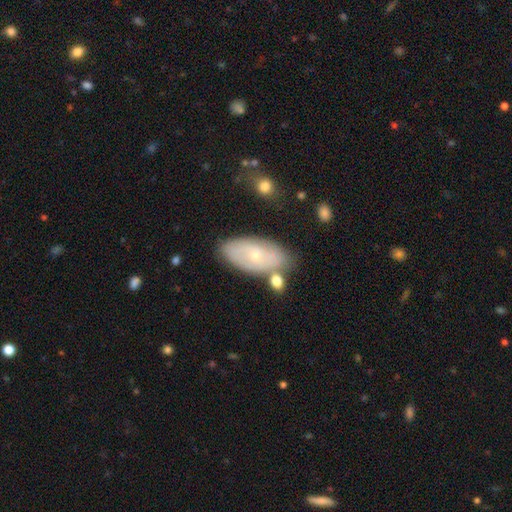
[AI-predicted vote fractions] A featured or disk galaxy (48%).

Vote fractions:
- Smooth or featured? featured or disk: 48% / smooth: 45% / star or artifact: 7%
- Merging? none: 71% / minor disturbance: 17% / merger: 8% / major disturbance: 4%